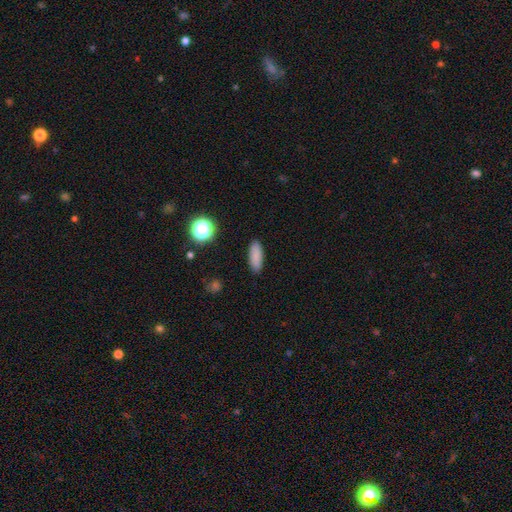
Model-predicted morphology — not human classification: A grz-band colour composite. It shows a smooth galaxy with no disk features (85%) that is in between round and cigar-shaped (68%). Merging: none (88%).